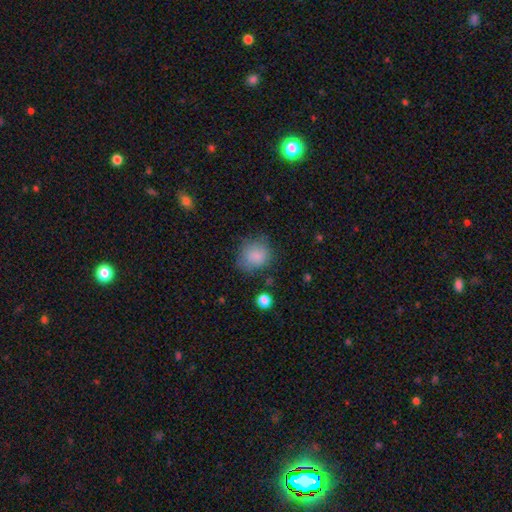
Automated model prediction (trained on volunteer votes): smooth 83%, star or artifact 9%, featured or disk 8%. Down the decision tree: how rounded — round (72%); merging — none (67%).